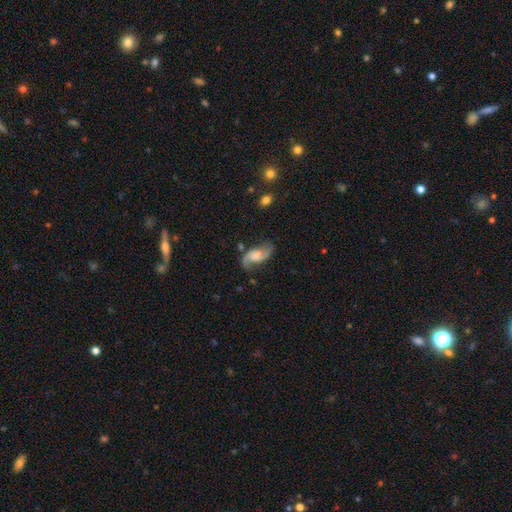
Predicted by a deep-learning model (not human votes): This is clearly a featured or disk galaxy (82%). It is clearly not viewed edge-on (97%). Bar: possibly no (56%). Spiral arm pattern: clearly yes (96%). Spiral arm count: clearly 2 (92%). Spiral winding: possibly loose (52%). Central bulge: marginally moderate (29%). Merging: likely none (71%).